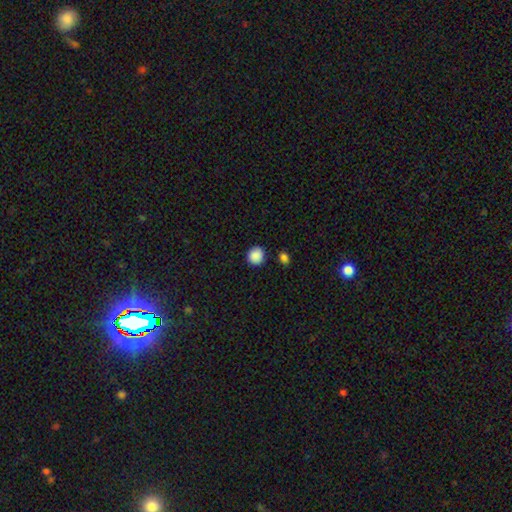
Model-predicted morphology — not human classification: smooth_or_featured: smooth (p=0.89) [alt: star or artifact p=0.09]
how_rounded: round (p=0.89) [alt: in between p=0.10]
merging: none (p=0.87) [alt: minor disturbance p=0.08]